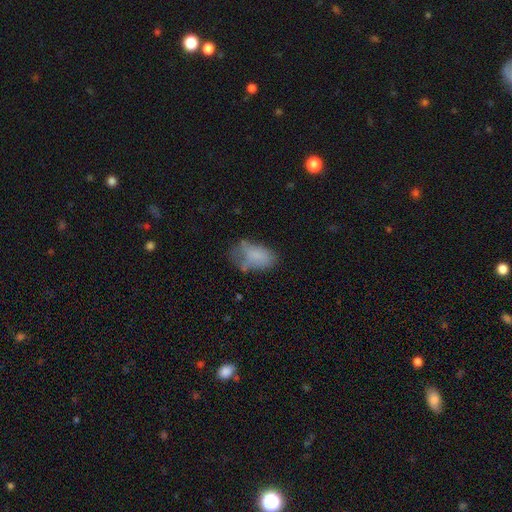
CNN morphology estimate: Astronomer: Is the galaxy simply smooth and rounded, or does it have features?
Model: smooth — 71%.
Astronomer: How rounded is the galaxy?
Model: in between — 90%.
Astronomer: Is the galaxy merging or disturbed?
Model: none — 39% (runner-up: minor disturbance, 31%).